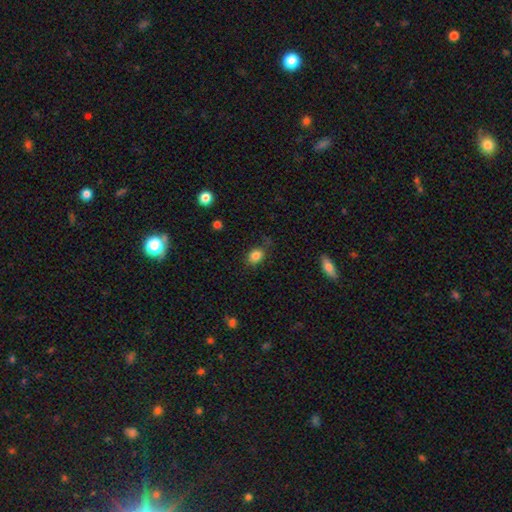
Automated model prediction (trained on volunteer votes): This is clearly a smooth galaxy (84%). How rounded: likely in between (62%). Merging: likely none (76%).